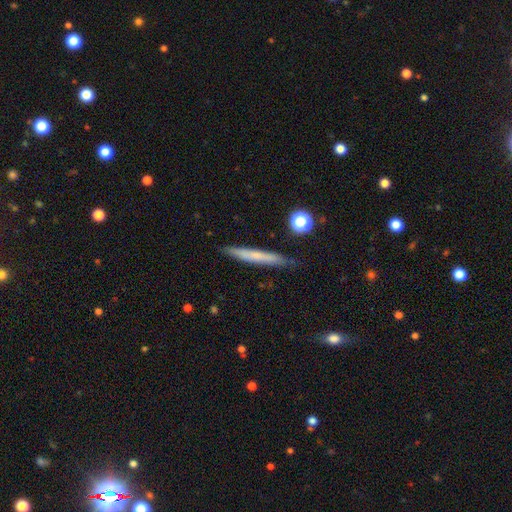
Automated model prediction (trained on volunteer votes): smooth_or_featured: smooth (p=0.58) [alt: featured or disk p=0.35]
how_rounded: cigar-shaped (p=0.95) [alt: in between p=0.03]
merging: none (p=0.85) [alt: minor disturbance p=0.11]